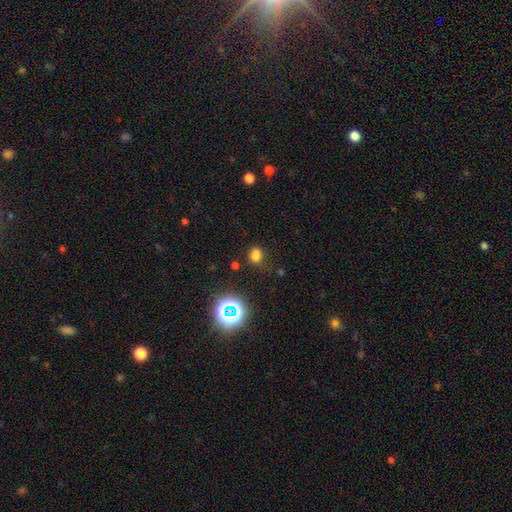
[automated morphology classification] Smooth or featured? Predicted: smooth (p=0.70). How rounded? Predicted: round (p=0.49, tied with in between). Merging? Predicted: none (p=0.74).